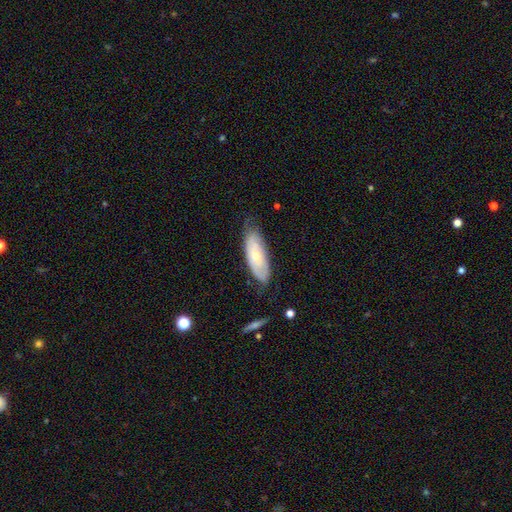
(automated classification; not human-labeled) Smooth or featured: smooth — 50% (featured or disk — 44%)
Merging: none — 65% (minor disturbance — 27%)